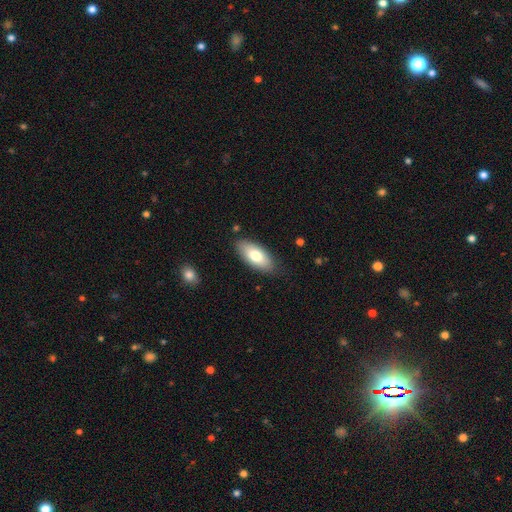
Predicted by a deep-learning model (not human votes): Morphology: type=smooth (75%); roundness=in between (88%); merging=none (83%).